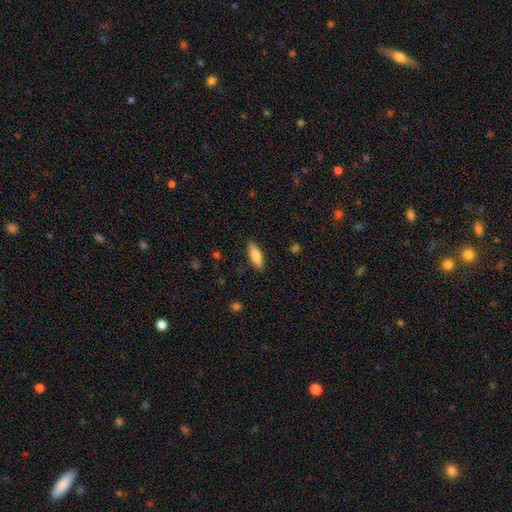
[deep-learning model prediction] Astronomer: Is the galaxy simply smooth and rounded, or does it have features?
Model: smooth — 79%.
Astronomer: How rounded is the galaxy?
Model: in between — 54% (runner-up: cigar-shaped, 45%).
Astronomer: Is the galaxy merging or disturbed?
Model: none — 86%.